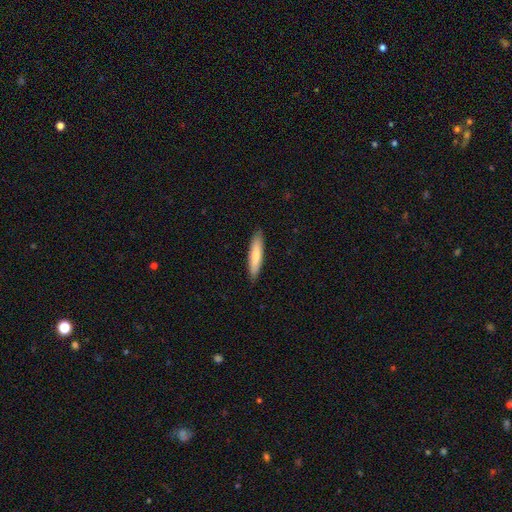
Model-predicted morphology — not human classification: The model was most divided on "smooth or featured": smooth: 72%, featured or disk: 23%, star or artifact: 5%. More confident: merging — none (89%); how rounded — cigar-shaped (82%).